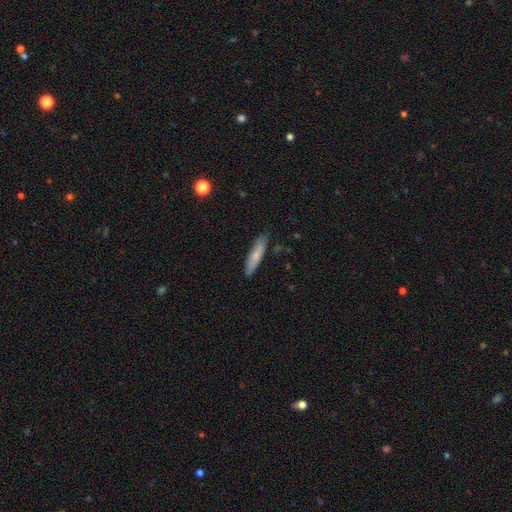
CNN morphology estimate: This is likely a smooth galaxy (73%). How rounded: clearly cigar-shaped (82%). Merging: clearly none (84%).